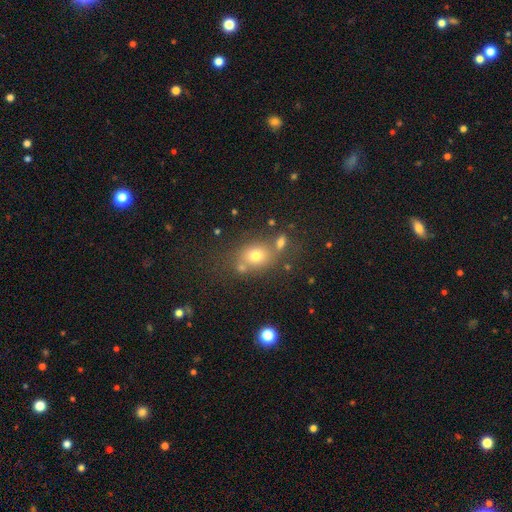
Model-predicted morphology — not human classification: smooth-or-featured: smooth: 70% | star or artifact: 16% | featured or disk: 14%
  how-rounded: in between: 50% | round: 49% | cigar-shaped: 1%
  merging: none: 59% | merger: 21% | minor disturbance: 14% | major disturbance: 6%